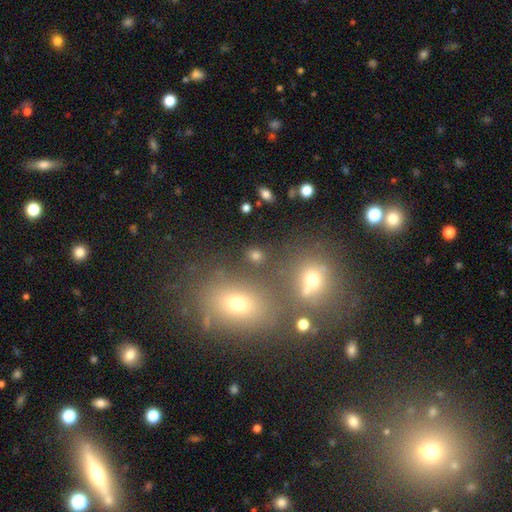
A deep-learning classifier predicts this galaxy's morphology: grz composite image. It shows a smooth galaxy with no disk features (67%) that is round (54%). Merging: none (72%).